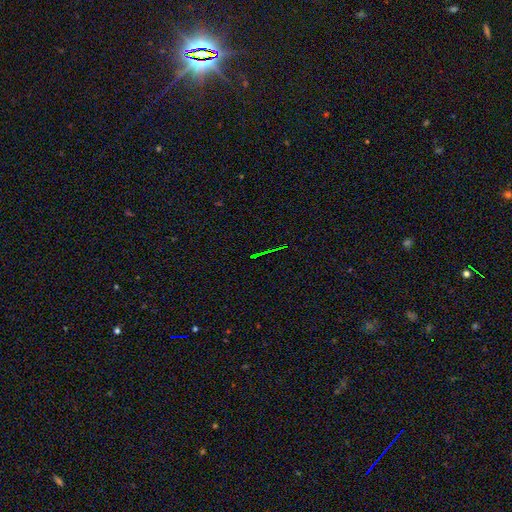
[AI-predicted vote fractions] This is likely a star or artifact rather than a galaxy (75%).